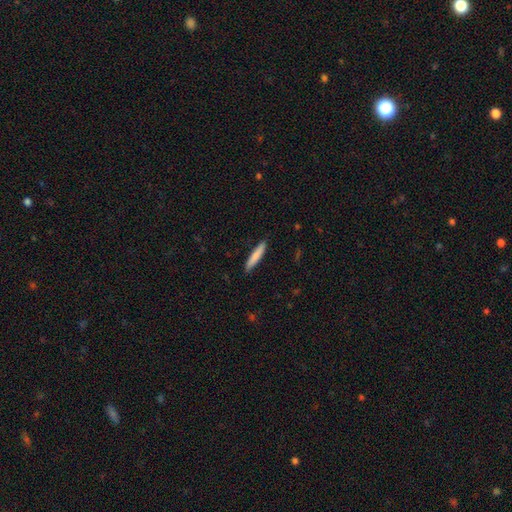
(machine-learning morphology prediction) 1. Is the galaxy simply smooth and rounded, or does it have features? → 81% smooth, 14% featured or disk, 5% star or artifact.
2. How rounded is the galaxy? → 92% cigar-shaped, 7% in between, 1% round.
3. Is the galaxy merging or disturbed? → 89% none, 9% minor disturbance, 2% major disturbance, 1% merger.